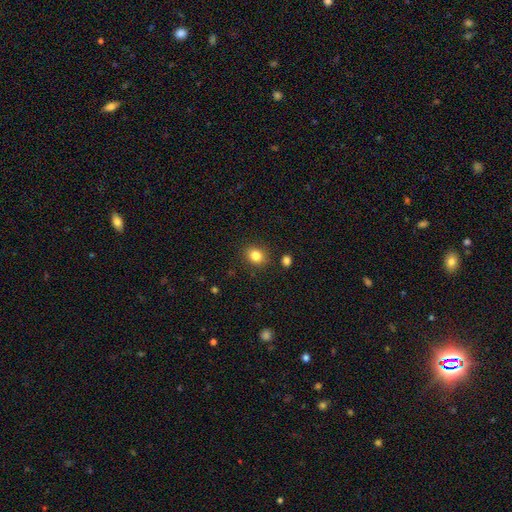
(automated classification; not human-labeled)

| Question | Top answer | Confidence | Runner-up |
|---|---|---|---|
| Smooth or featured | smooth | 83% | star or artifact (11%) |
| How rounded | round | 62% | in between (37%) |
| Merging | none | 87% | minor disturbance (9%) |